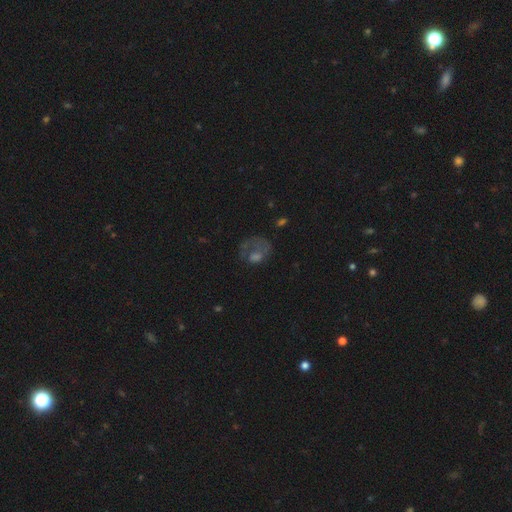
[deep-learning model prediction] smooth-or-featured: featured or disk: 46% | smooth: 34% | star or artifact: 20%
  merging: major disturbance: 41% | none: 38% | minor disturbance: 18% | merger: 4%